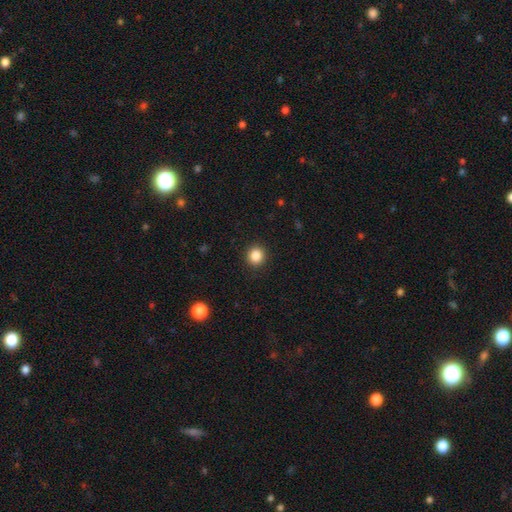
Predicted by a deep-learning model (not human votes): Smooth or featured?
  - smooth: 85% *
  - star or artifact: 11%
  - featured or disk: 4%
How rounded?
  - round: 91% *
  - in between: 8%
  - cigar-shaped: 1%
Merging?
  - none: 92% *
  - minor disturbance: 5%
  - major disturbance: 2%
  - merger: 1%